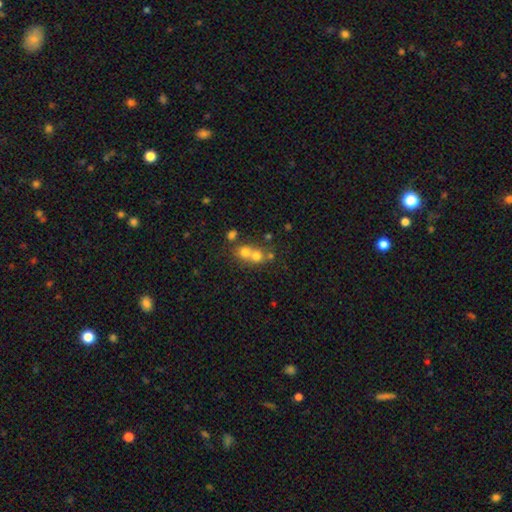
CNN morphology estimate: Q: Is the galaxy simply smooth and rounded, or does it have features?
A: smooth — 67%.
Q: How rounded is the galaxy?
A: round — 81%.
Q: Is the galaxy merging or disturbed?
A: merger — 60%.